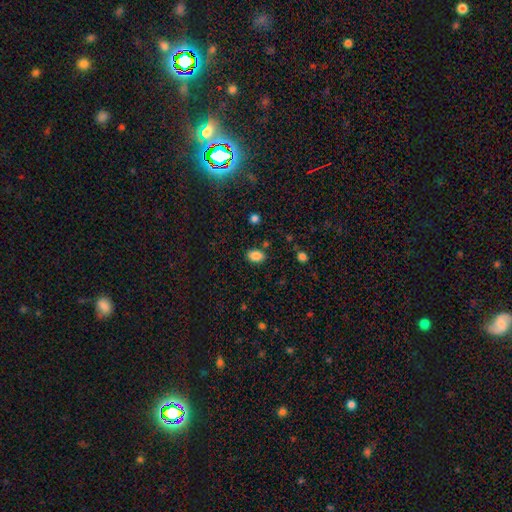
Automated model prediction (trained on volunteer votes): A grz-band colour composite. It shows a smooth galaxy with no disk features (86%) that is in between round and cigar-shaped (83%). Merging: none (82%).